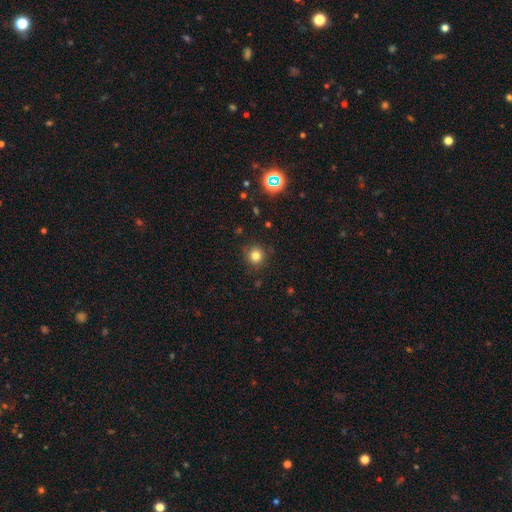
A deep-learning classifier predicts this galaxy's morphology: Overall: smooth (79%). How rounded: round (93%). Merging: none (87%).